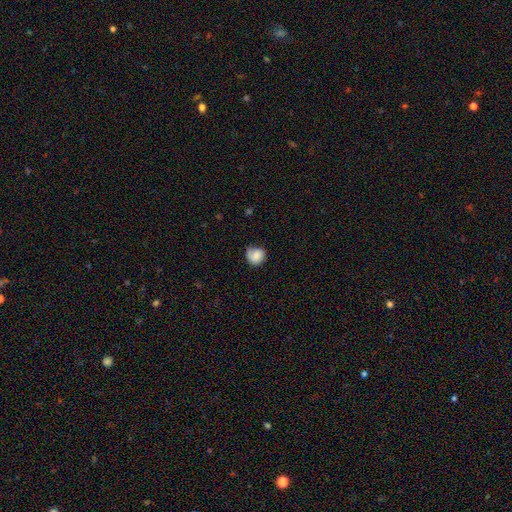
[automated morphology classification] Q: Smooth or featured?
A: smooth (77%); runner-up: featured or disk (15%)
Q: How rounded?
A: round (81%); runner-up: in between (18%)
Q: Merging?
A: none (60%); runner-up: minor disturbance (29%)